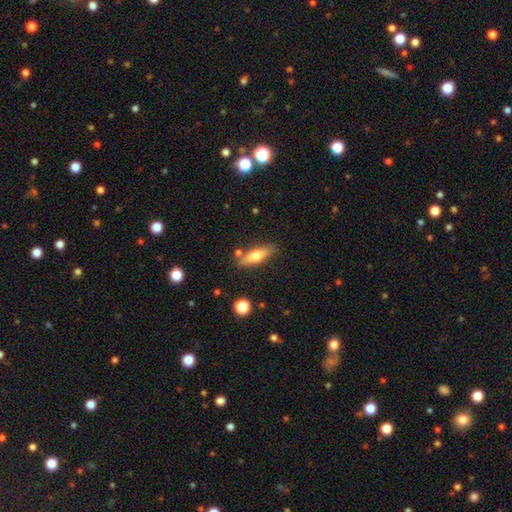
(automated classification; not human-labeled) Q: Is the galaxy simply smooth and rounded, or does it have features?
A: smooth — 56%.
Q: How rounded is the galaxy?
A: cigar-shaped — 53%.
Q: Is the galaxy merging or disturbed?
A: none — 78%.